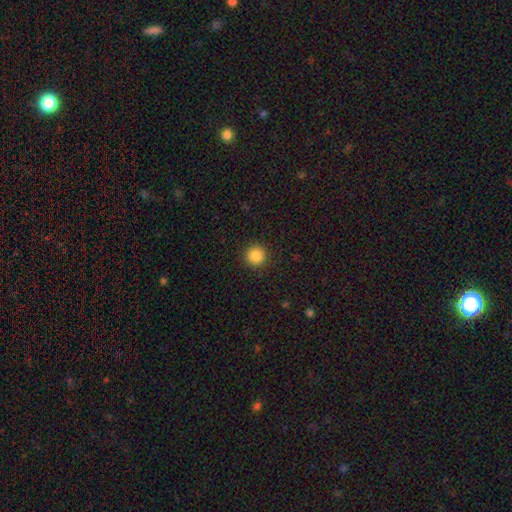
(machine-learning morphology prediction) A smooth galaxy with no disk features (86%) that is round (95%). Merging: none (92%).